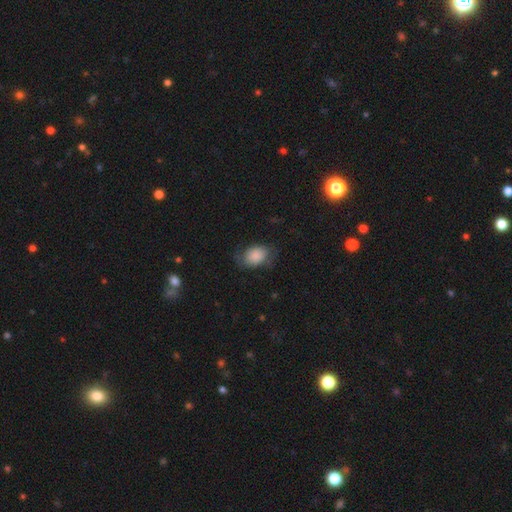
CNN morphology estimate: Smooth or featured? Predicted: smooth (p=0.82). How rounded? Predicted: in between (p=0.79). Merging? Predicted: none (p=0.64).